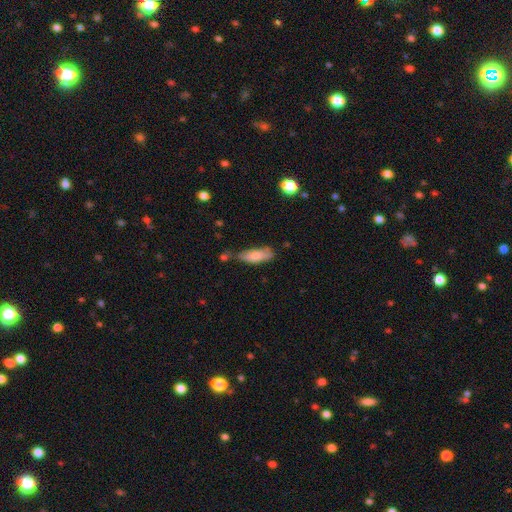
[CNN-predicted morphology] smooth 78%, featured or disk 16%, star or artifact 6%. Down the decision tree: how rounded — in between (66%); merging — none (53%).